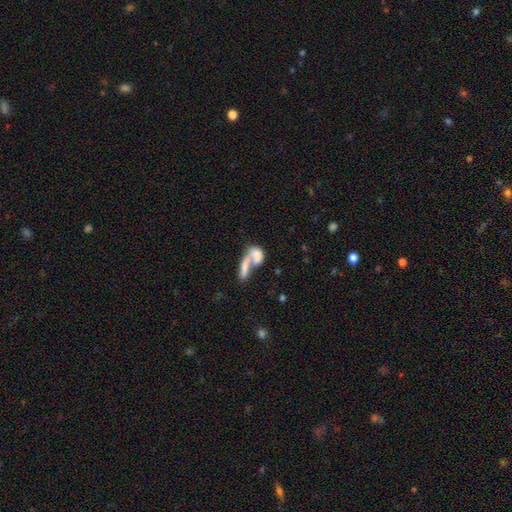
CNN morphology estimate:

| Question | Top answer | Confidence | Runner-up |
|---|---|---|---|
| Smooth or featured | smooth | 60% | featured or disk (30%) |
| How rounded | in between | 65% | cigar-shaped (22%) |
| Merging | merger | 66% | none (17%) |